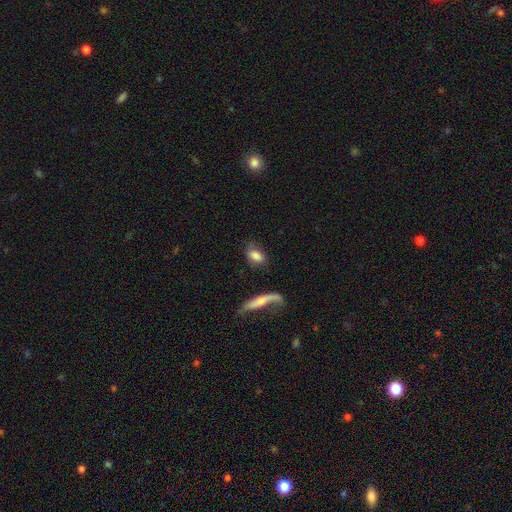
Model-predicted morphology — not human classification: Smooth or featured? smooth (79%)
How rounded? in between (82%)
Merging? none (61%)